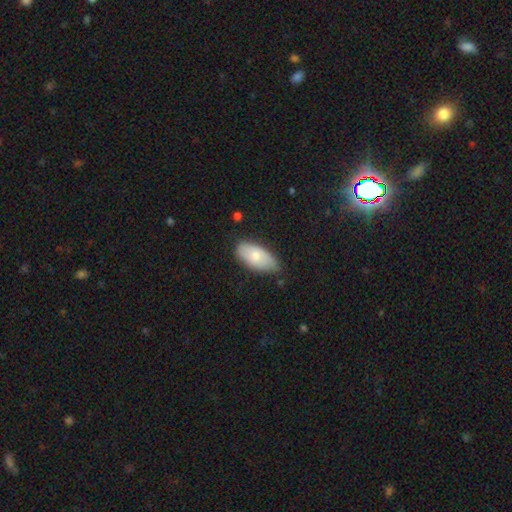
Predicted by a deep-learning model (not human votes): Morphology: type=smooth (73%); roundness=in between (92%); merging=none (70%).